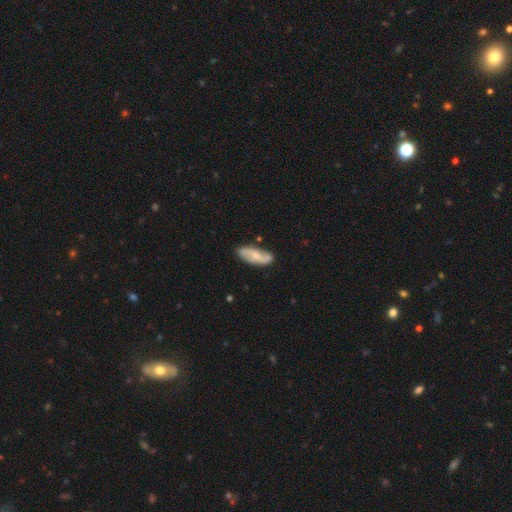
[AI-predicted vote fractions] Smooth or featured: featured or disk — 60% (smooth — 35%)
Edge-on disk: no — 90% (yes — 10%)
Bar: no — 56% (weak — 35%)
Spiral arms: yes — 87% (no — 13%)
Bulge size: small — 48% (moderate — 41%)
Merging: none — 77% (minor disturbance — 16%)